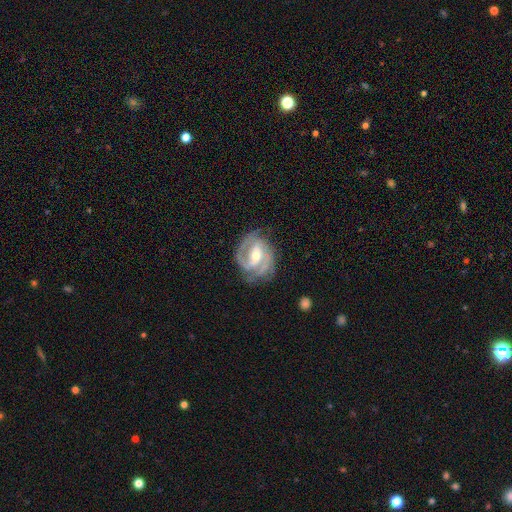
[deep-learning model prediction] A featured or disk galaxy (89%) with a weak bar (44%), 2 (65%) tight (51%) spiral arms (97%) and a moderate central bulge (59%). Merging: none (73%).